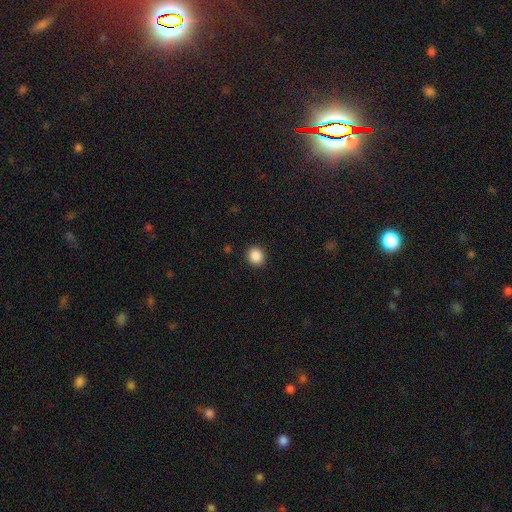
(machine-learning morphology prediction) The model was most divided on "how rounded": round: 86%, in between: 13%, cigar-shaped: 1%. More confident: merging — none (92%); smooth or featured — smooth (88%).